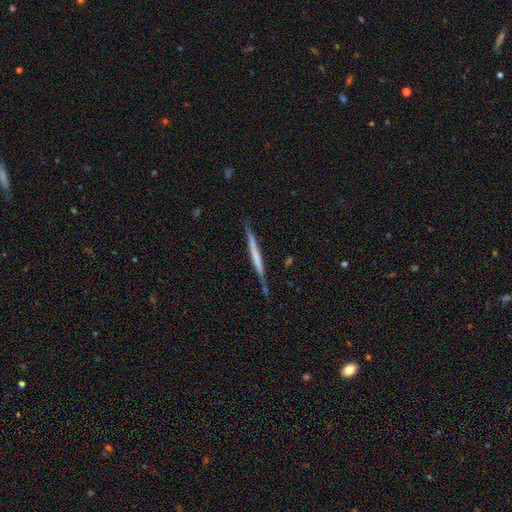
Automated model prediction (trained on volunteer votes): Q: Smooth or featured?
A: featured or disk (54%); runner-up: smooth (41%)
Q: Edge-on disk?
A: yes (96%); runner-up: no (4%)
Q: Edge-on bulge?
A: none (76%); runner-up: boxy (13%)
Q: Merging?
A: none (81%); runner-up: minor disturbance (14%)